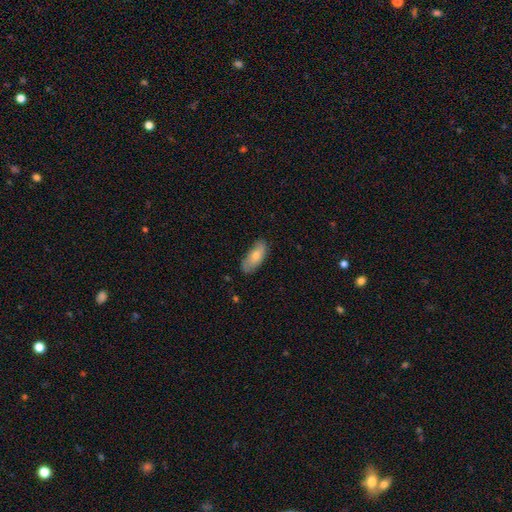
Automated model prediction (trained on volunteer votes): smooth_or_featured: smooth (p=0.71) [alt: featured or disk p=0.23]
how_rounded: in between (p=0.85) [alt: cigar-shaped p=0.12]
merging: none (p=0.75) [alt: minor disturbance p=0.20]